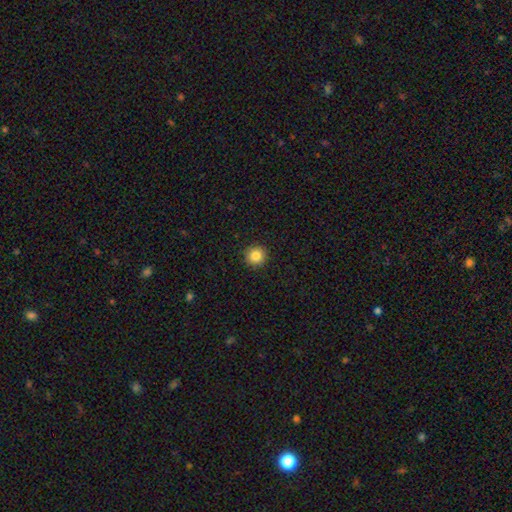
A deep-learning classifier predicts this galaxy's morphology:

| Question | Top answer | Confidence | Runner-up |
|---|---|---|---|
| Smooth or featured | smooth | 85% | star or artifact (11%) |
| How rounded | round | 95% | in between (4%) |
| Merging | none | 93% | minor disturbance (5%) |